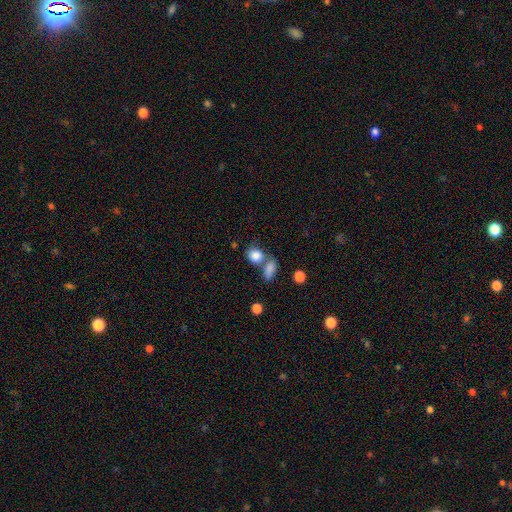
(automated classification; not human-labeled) Smooth or featured? Predicted: smooth (p=0.84). How rounded? Predicted: round (p=0.53). Merging? Predicted: none (p=0.44).